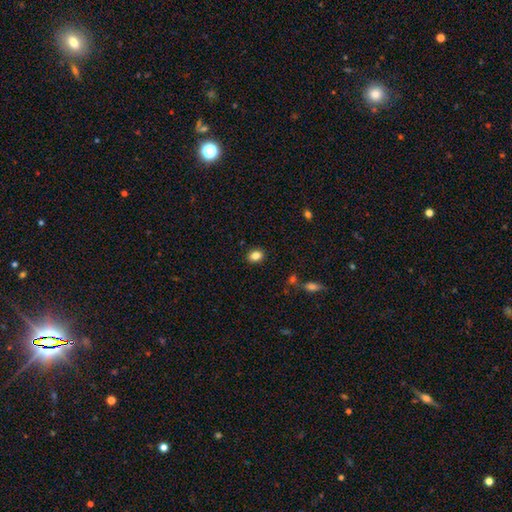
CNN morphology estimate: Q: Smooth or featured?
A: smooth (84%); runner-up: star or artifact (10%)
Q: How rounded?
A: in between (61%); runner-up: round (38%)
Q: Merging?
A: none (87%); runner-up: minor disturbance (9%)